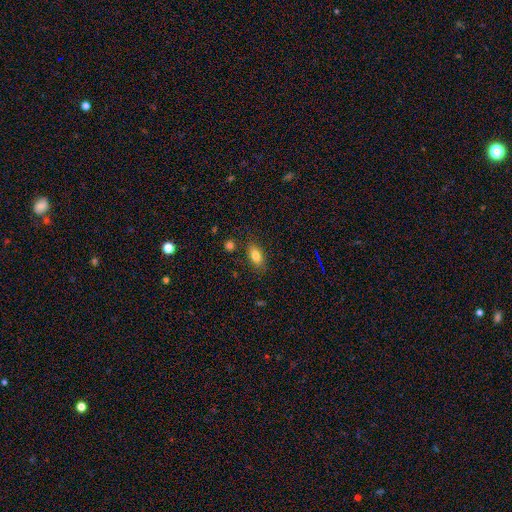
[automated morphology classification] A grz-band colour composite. It shows a smooth galaxy with no disk features (80%) that is in between round and cigar-shaped (85%). Merging: none (82%).